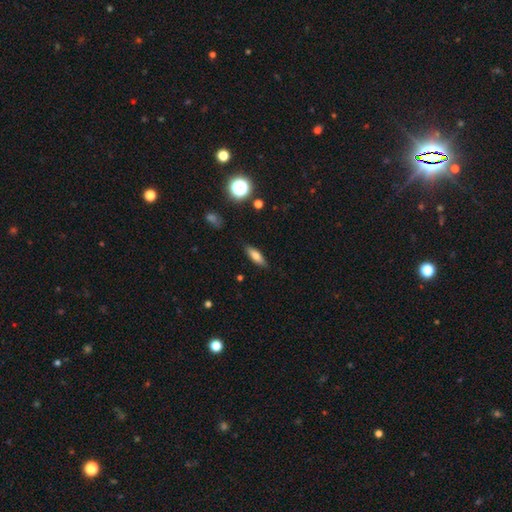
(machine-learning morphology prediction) Smooth or featured: smooth — 74% (featured or disk — 16%)
How rounded: in between — 55% (cigar-shaped — 42%)
Merging: none — 86% (minor disturbance — 10%)